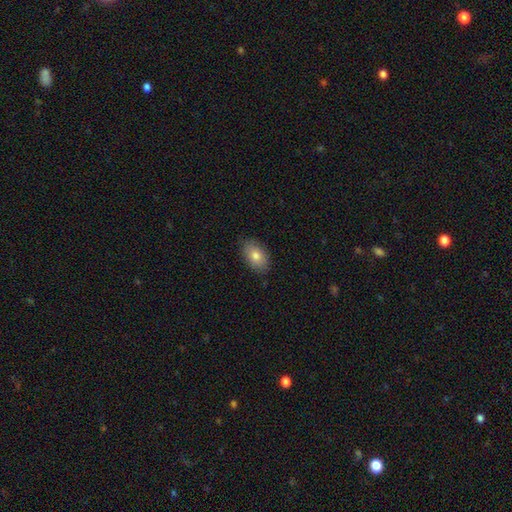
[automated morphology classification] Smooth or featured? Predicted: smooth (p=0.80). How rounded? Predicted: in between (p=0.90). Merging? Predicted: none (p=0.85).